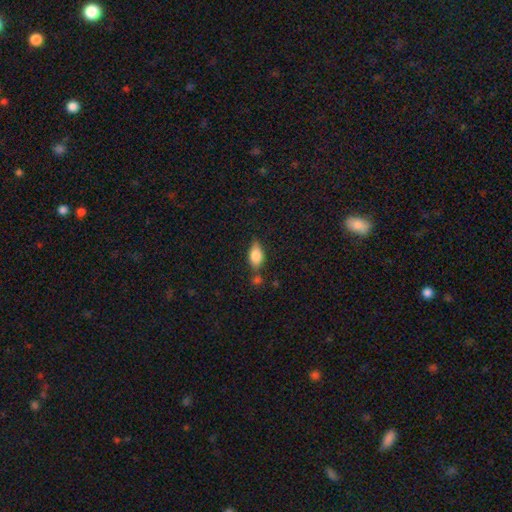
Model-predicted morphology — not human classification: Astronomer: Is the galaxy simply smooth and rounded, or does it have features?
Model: smooth — 78%.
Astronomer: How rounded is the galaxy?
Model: in between — 87%.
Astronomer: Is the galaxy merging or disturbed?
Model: none — 59%.